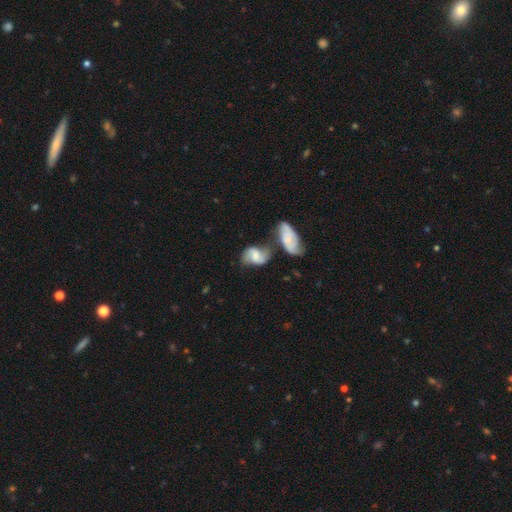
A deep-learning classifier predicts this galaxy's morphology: Q: Smooth or featured?
A: featured or disk (61%); runner-up: smooth (31%)
Q: Edge-on disk?
A: no (96%); runner-up: yes (4%)
Q: Bar?
A: weak (48%); runner-up: no (38%)
Q: Spiral arms?
A: yes (88%); runner-up: no (12%)
Q: Spiral winding?
A: loose (47%); runner-up: medium (39%)
Q: Spiral arm count?
A: 2 (86%); runner-up: can't tell (8%)
Q: Bulge size?
A: moderate (34%); runner-up: small (32%)
Q: Merging?
A: none (38%); runner-up: merger (35%)